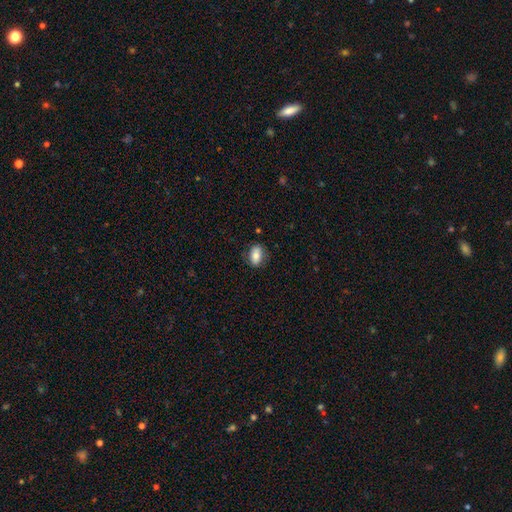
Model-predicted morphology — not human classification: This appears to be a smooth galaxy with no disk features (77%) that is in between round and cigar-shaped (86%). Merging: none (80%).